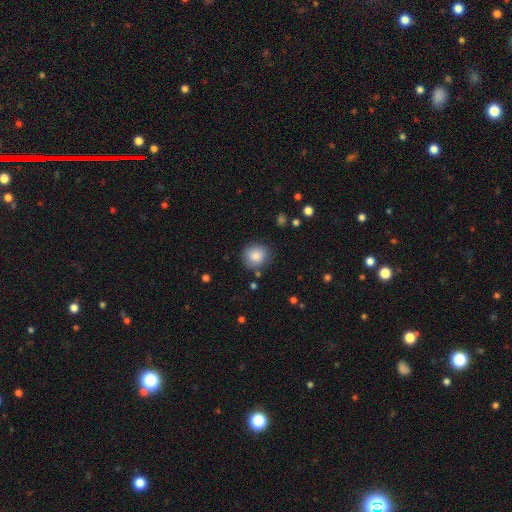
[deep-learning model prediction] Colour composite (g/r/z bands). It shows a smooth galaxy with no disk features (85%) that is round (86%). Merging: none (81%).